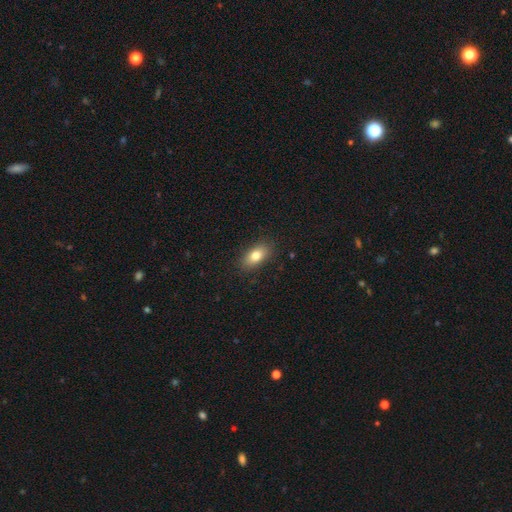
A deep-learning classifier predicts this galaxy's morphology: The model was most divided on "smooth or featured": smooth: 80%, featured or disk: 12%, star or artifact: 8%. More confident: merging — none (87%); how rounded — in between (87%).